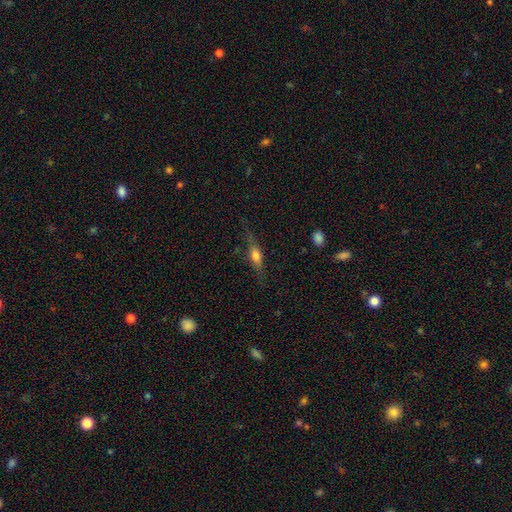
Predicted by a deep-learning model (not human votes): Smooth or featured? smooth (48%)
Merging? none (69%)